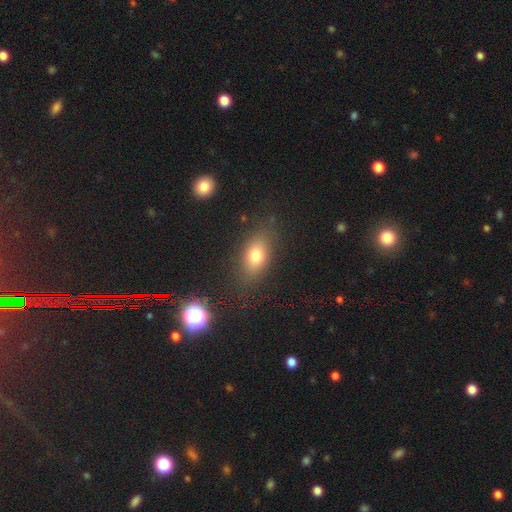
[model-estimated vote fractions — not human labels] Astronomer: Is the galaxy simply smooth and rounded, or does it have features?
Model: smooth — 75%.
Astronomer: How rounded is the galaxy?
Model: in between — 77%.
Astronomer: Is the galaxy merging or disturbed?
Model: none — 80%.